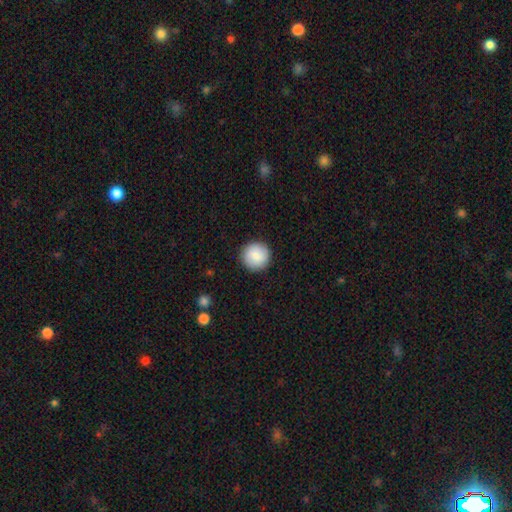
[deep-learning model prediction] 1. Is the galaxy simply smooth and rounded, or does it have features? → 86% smooth, 8% featured or disk, 7% star or artifact.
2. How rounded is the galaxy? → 95% round, 4% in between, 1% cigar-shaped.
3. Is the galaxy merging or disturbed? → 91% none, 6% minor disturbance, 2% major disturbance, 1% merger.